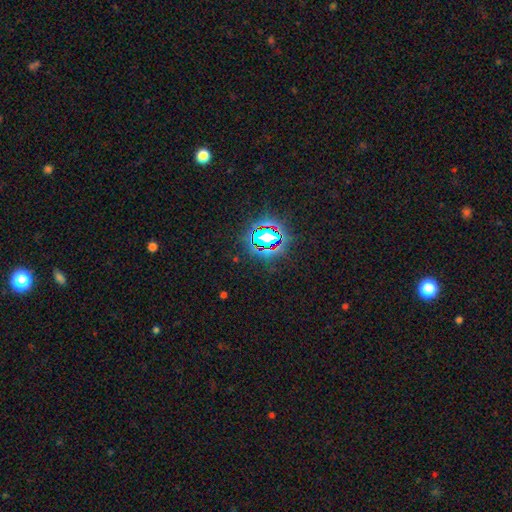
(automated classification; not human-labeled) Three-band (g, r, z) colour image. It shows a star or artifact, not a galaxy (81%).